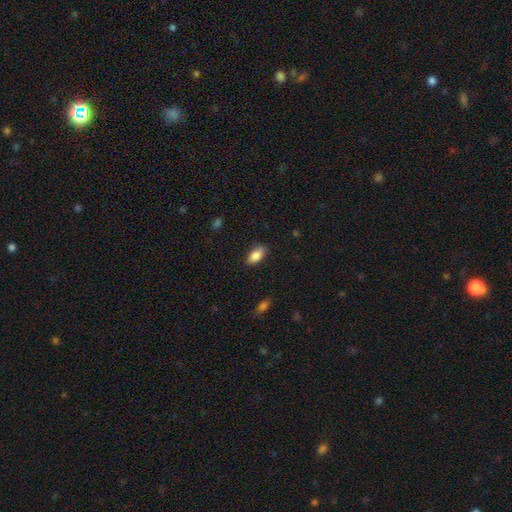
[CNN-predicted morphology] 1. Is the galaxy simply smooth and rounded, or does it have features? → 86% smooth, 7% star or artifact, 7% featured or disk.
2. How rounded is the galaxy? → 89% in between, 8% cigar-shaped, 3% round.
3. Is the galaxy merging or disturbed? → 84% none, 12% minor disturbance, 3% major disturbance, 1% merger.